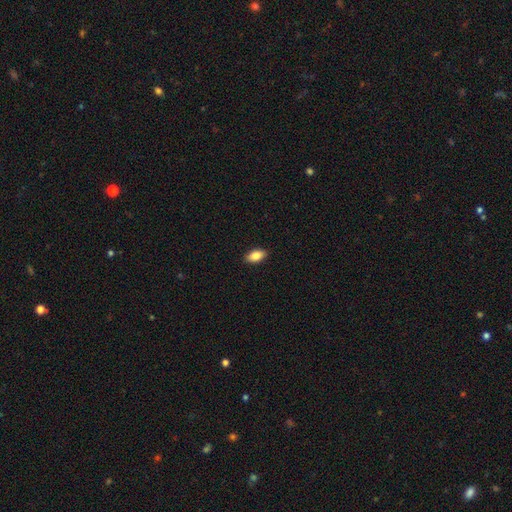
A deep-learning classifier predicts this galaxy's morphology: Smooth or featured: smooth — 86% (featured or disk — 7%)
How rounded: in between — 91% (cigar-shaped — 5%)
Merging: none — 89% (minor disturbance — 8%)